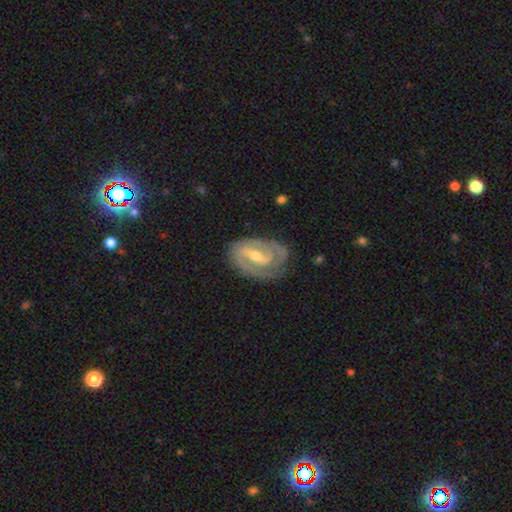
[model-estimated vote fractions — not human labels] This appears to be a featured or disk galaxy (85%) with a weak bar (44%), 2 (75%) tight (52%) spiral arms (92%) and a moderate central bulge (58%). Merging: none (73%).